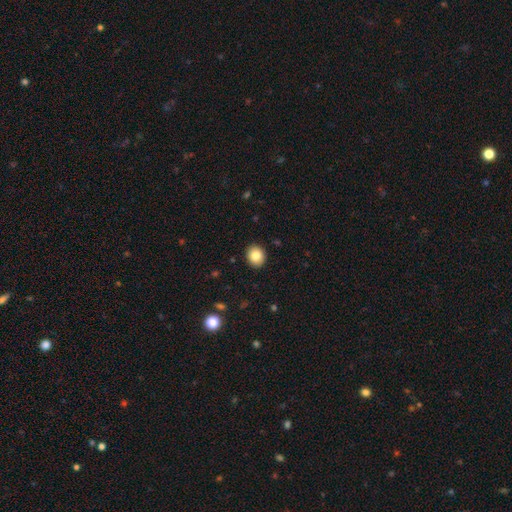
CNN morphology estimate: type=smooth (84%); roundness=round (71%); merging=none (91%).